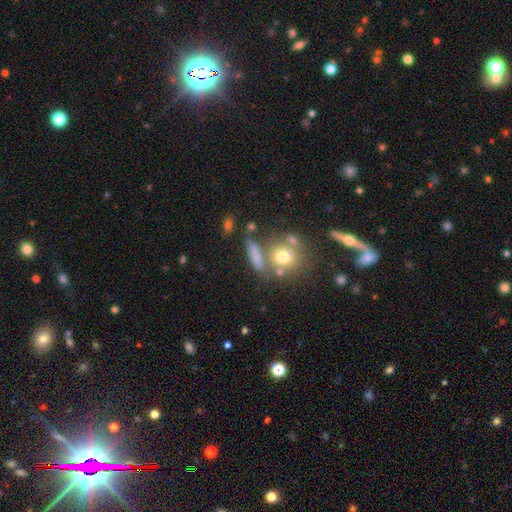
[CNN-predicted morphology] The model was most divided on "how rounded": cigar-shaped: 45%, in between: 31%, round: 24%. More confident: smooth or featured — smooth (73%); merging — none (60%).